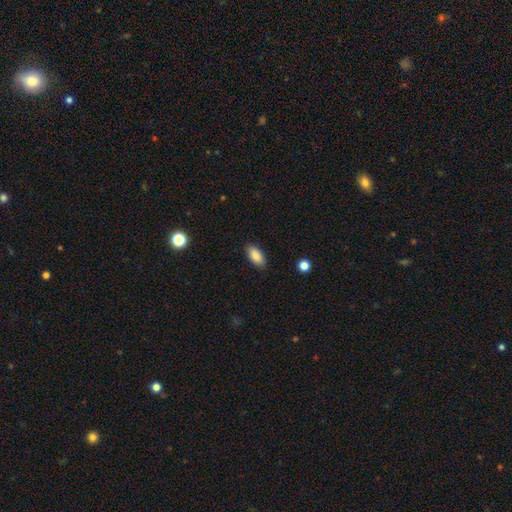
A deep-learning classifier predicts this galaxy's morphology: A smooth galaxy with no disk features (87%) that is in between round and cigar-shaped (91%). Merging: none (87%).